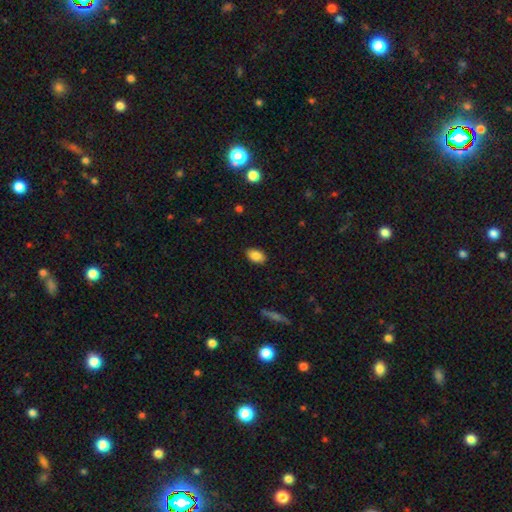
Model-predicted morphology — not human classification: Smooth or featured? Predicted: smooth (p=0.87). How rounded? Predicted: in between (p=0.90). Merging? Predicted: none (p=0.88).